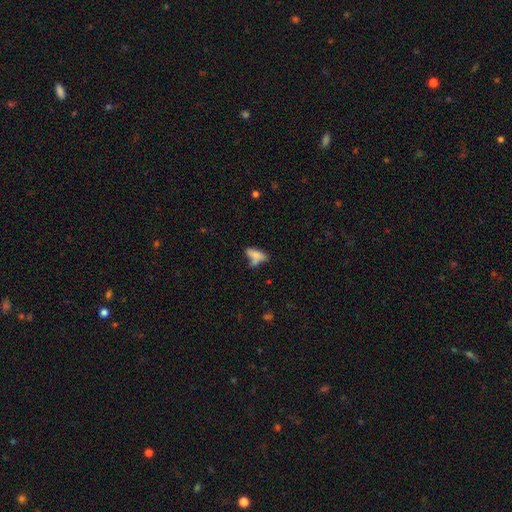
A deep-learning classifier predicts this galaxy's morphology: Smooth or featured: smooth — 68% (featured or disk — 21%)
How rounded: in between — 61% (cigar-shaped — 35%)
Merging: none — 37% (merger — 29%)